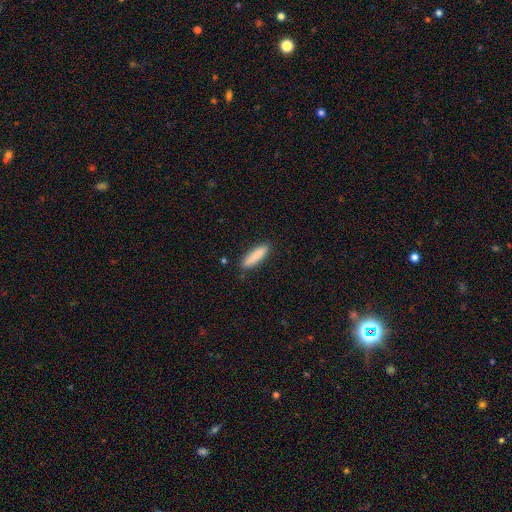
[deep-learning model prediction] Morphology: type=smooth (87%); roundness=cigar-shaped (72%); merging=none (88%).